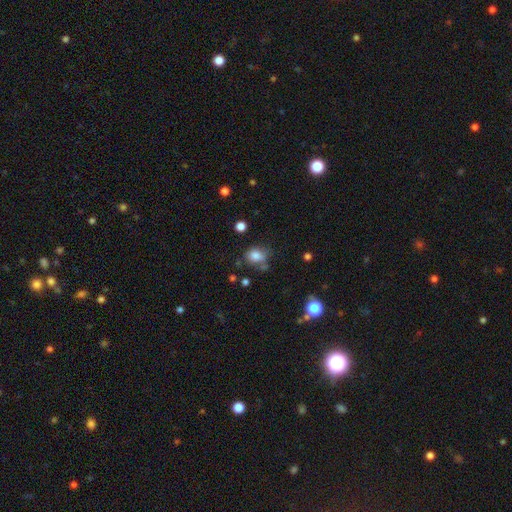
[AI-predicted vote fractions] A smooth galaxy with no disk features (81%) that is in between round and cigar-shaped (53%). Merging: none (62%).